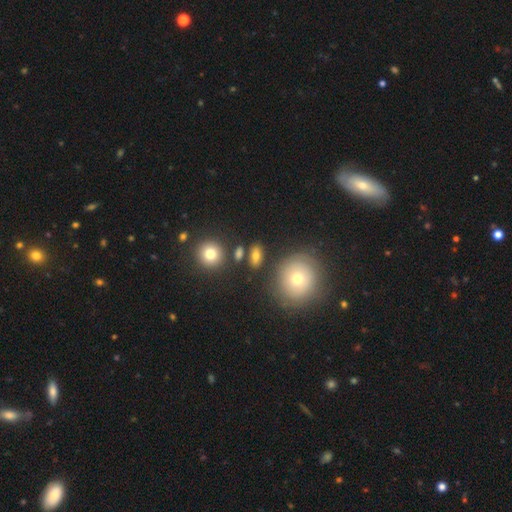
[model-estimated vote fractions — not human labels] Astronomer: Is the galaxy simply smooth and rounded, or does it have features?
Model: smooth — 74%.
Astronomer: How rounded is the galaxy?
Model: in between — 68%.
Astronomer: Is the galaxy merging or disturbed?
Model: none — 82%.